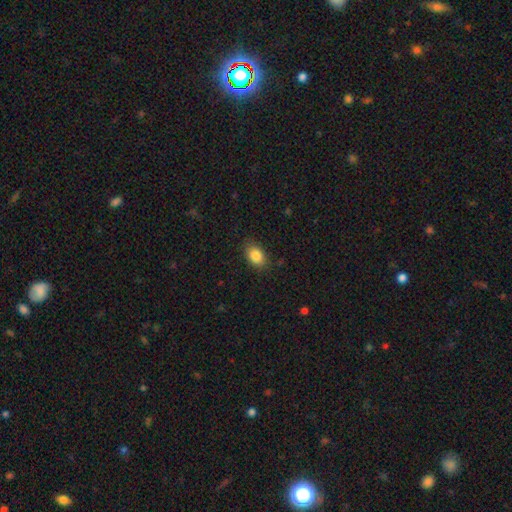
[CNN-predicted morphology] Overall: smooth (86%). How rounded: in between (83%). Merging: none (84%).